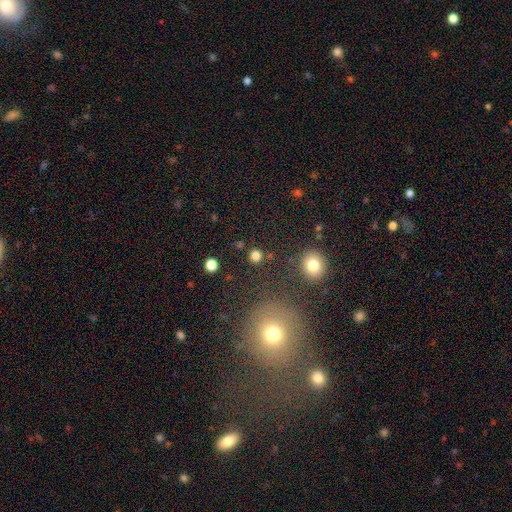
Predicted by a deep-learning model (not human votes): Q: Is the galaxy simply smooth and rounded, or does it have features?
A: smooth — 80%.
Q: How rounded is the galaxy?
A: round — 91%.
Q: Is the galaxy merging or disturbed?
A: none — 87%.